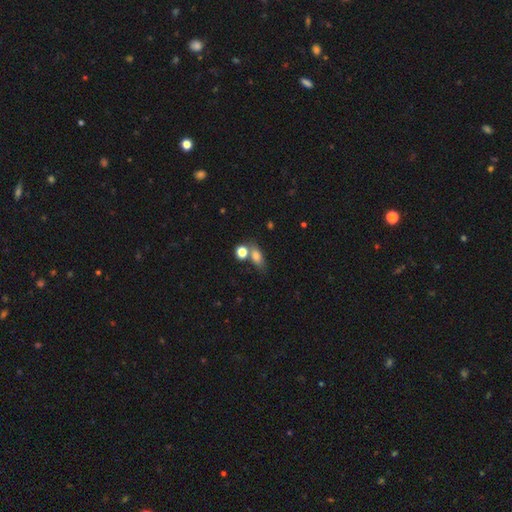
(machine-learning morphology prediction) smooth 77%, star or artifact 12%, featured or disk 11%. Down the decision tree: how rounded — in between (71%); merging — none (53%).